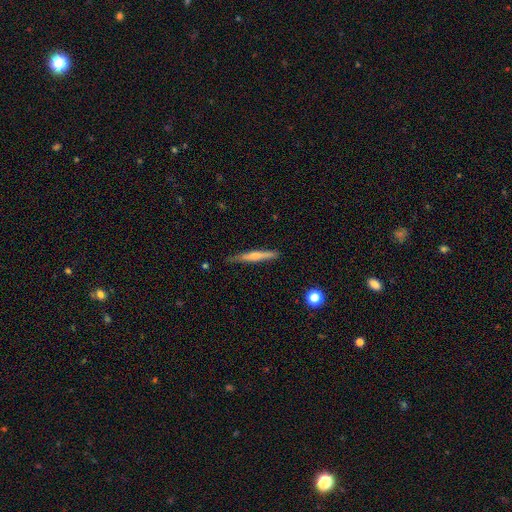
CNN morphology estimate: Smooth or featured: smooth — 52% (featured or disk — 42%)
How rounded: cigar-shaped — 94% (in between — 4%)
Merging: none — 82% (minor disturbance — 14%)